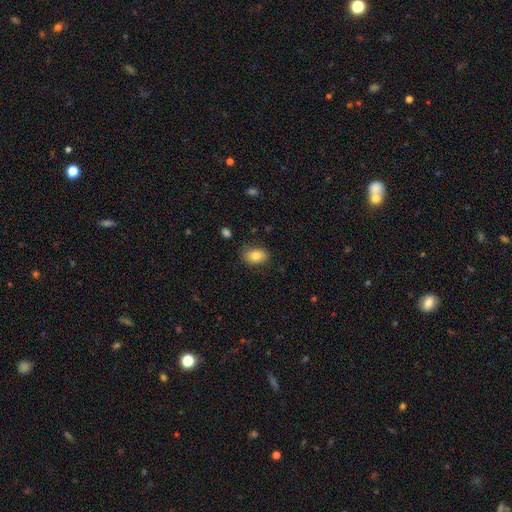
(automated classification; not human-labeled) smooth 82%, featured or disk 10%, star or artifact 8%. Down the decision tree: how rounded — in between (80%); merging — none (81%).